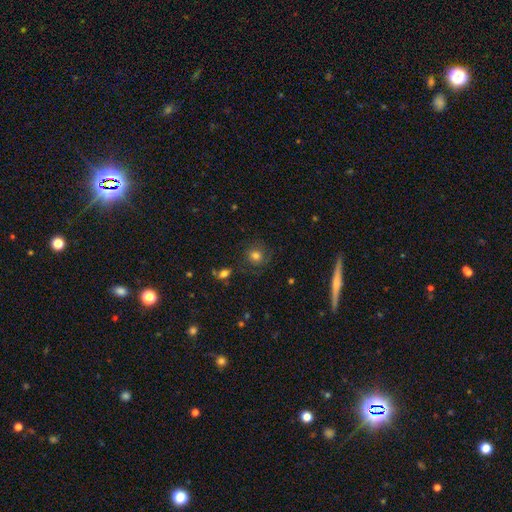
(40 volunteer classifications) Morphology: type=smooth (75%); roundness=round (87%); merging=none (78%).